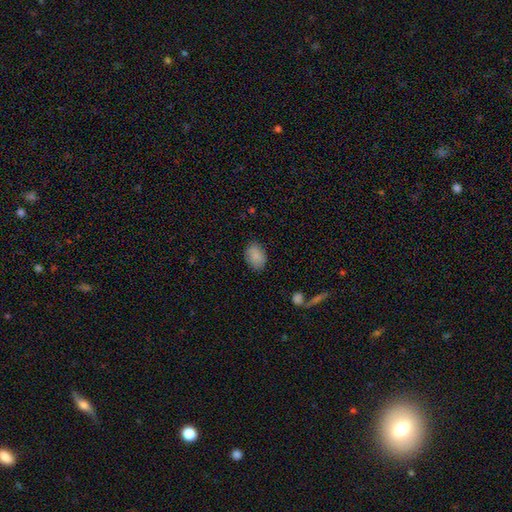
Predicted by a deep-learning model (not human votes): This is clearly a smooth galaxy (87%). How rounded: likely in between (79%). Merging: clearly none (81%).